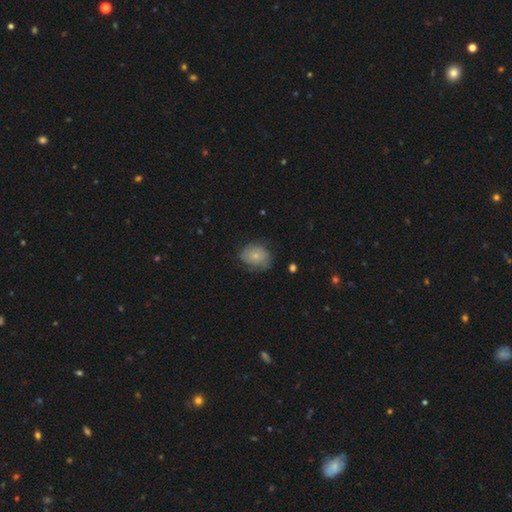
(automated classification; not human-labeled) Smooth or featured: smooth — 63% (featured or disk — 29%)
How rounded: round — 62% (in between — 37%)
Merging: none — 66% (minor disturbance — 24%)